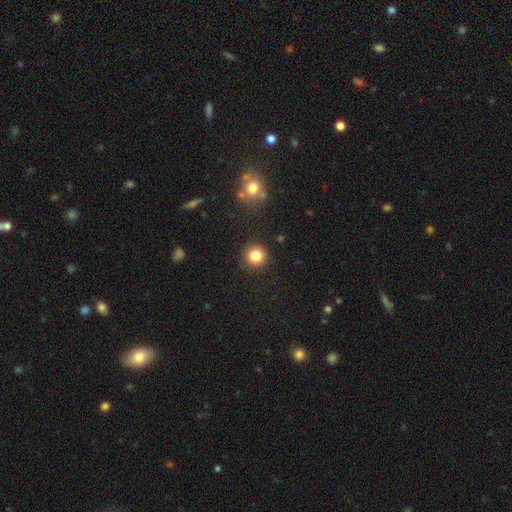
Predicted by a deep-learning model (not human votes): Q: Smooth or featured?
A: smooth (83%); runner-up: star or artifact (11%)
Q: How rounded?
A: round (94%); runner-up: in between (5%)
Q: Merging?
A: none (90%); runner-up: minor disturbance (6%)